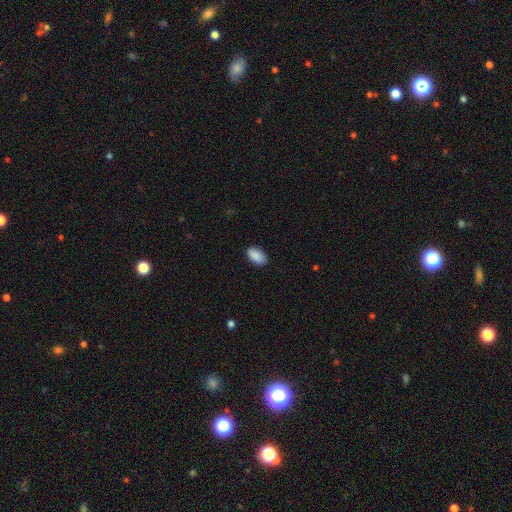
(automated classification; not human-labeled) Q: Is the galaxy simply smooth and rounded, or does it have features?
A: smooth — 91%.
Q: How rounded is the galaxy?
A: in between — 94%.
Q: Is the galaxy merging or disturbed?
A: none — 88%.